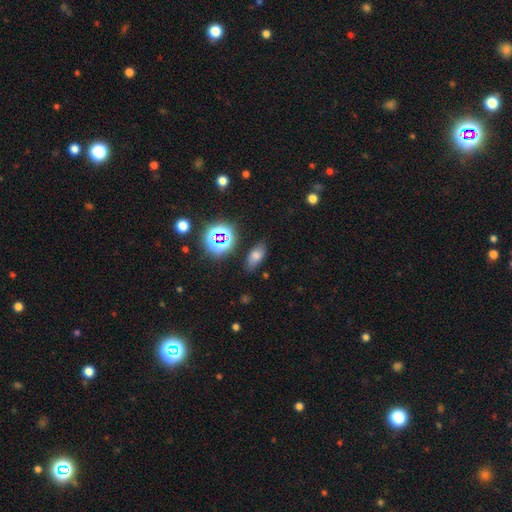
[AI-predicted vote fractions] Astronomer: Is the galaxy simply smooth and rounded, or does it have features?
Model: smooth — 66%.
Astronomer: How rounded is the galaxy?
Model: in between — 82%.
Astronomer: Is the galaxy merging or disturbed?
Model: none — 80%.